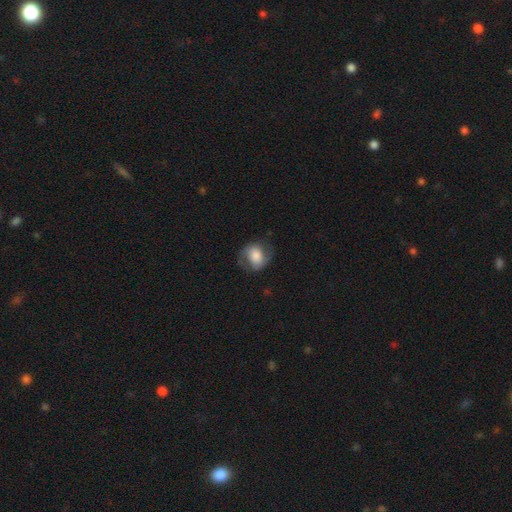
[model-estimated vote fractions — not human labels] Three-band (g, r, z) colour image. It shows a featured or disk galaxy (47%). Merging: none (69%).